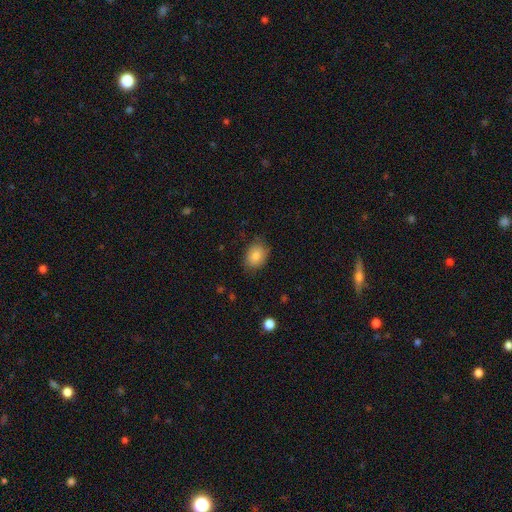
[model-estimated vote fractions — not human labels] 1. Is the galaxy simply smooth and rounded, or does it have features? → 84% smooth, 8% featured or disk, 8% star or artifact.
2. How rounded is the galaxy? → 66% in between, 33% round, 1% cigar-shaped.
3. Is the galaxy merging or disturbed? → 78% none, 17% minor disturbance, 4% major disturbance, 1% merger.